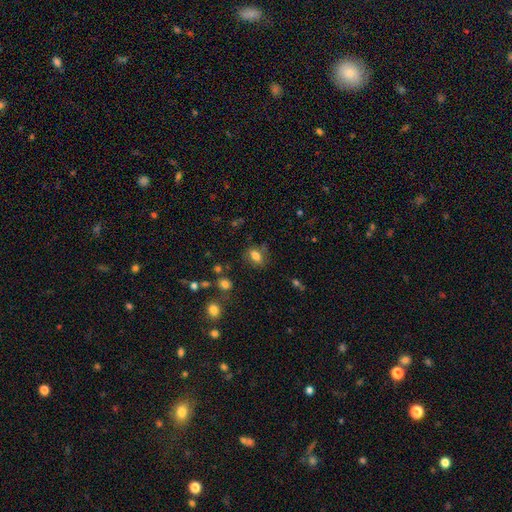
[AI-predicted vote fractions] Smooth or featured?
  - smooth: 79% *
  - star or artifact: 11%
  - featured or disk: 10%
How rounded?
  - in between: 76% *
  - round: 20%
  - cigar-shaped: 3%
Merging?
  - none: 74% *
  - minor disturbance: 16%
  - major disturbance: 5%
  - merger: 5%